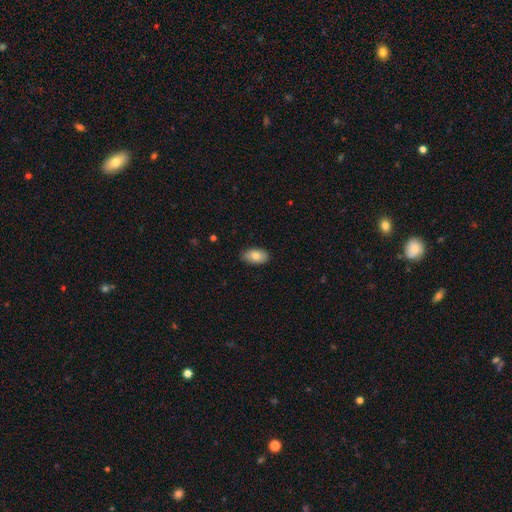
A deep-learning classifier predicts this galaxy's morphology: smooth-or-featured: smooth: 77% | featured or disk: 16% | star or artifact: 7%
  how-rounded: in between: 92% | round: 6% | cigar-shaped: 2%
  merging: none: 83% | minor disturbance: 14% | major disturbance: 2% | merger: 1%